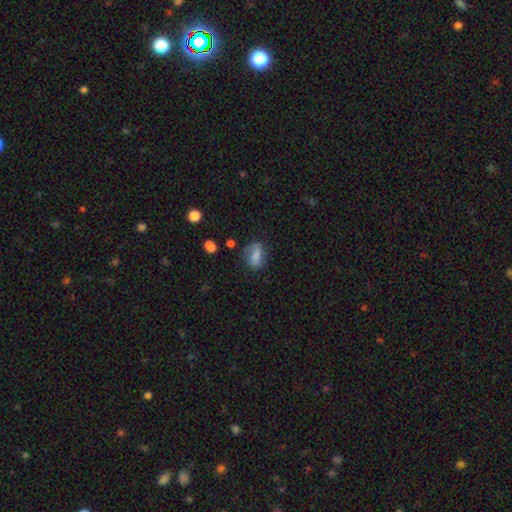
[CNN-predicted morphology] Smooth or featured? Predicted: smooth (p=0.52). How rounded? Predicted: in between (p=0.74). Merging? Predicted: none (p=0.65).